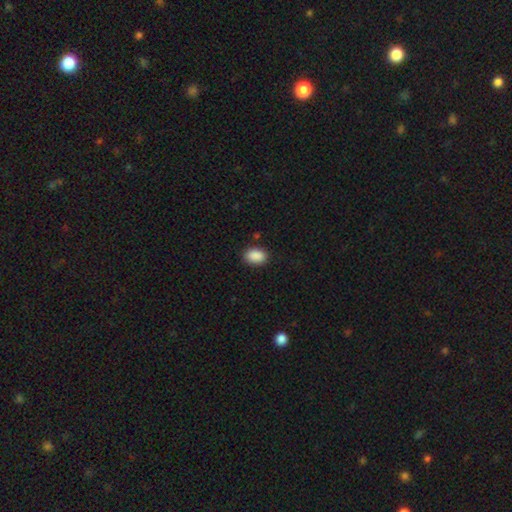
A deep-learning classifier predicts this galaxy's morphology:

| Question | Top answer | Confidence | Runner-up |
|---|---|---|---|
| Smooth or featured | smooth | 90% | star or artifact (7%) |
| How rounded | in between | 83% | round (15%) |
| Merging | none | 86% | minor disturbance (10%) |